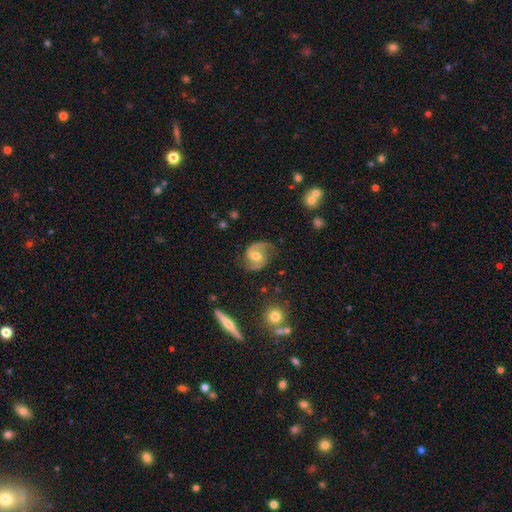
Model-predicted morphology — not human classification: smooth_or_featured: featured or disk (p=0.83) [alt: smooth p=0.11]
disk_edge_on: no (p=0.97) [alt: yes p=0.03]
bar: no (p=0.43) [tied with: weak p=0.43]
has_spiral_arms: yes (p=0.96) [alt: no p=0.04]
spiral_winding: medium (p=0.53) [alt: loose p=0.29]
spiral_arm_count: 2 (p=0.90) [alt: can't tell p=0.03]
bulge_size: moderate (p=0.71) [alt: small p=0.19]
merging: none (p=0.75) [alt: minor disturbance p=0.17]